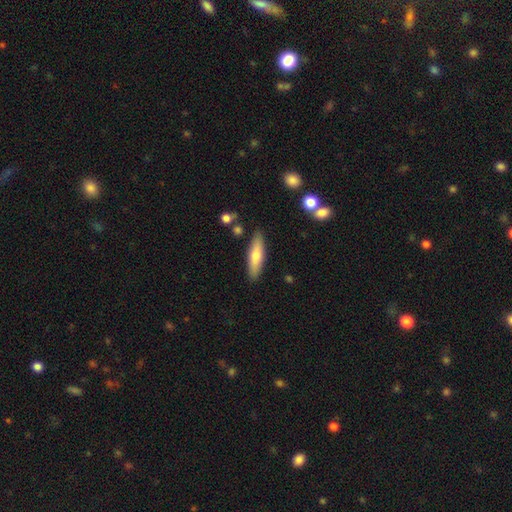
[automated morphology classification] A smooth galaxy with no disk features (67%) that is cigar-shaped (70%). Merging: none (87%).